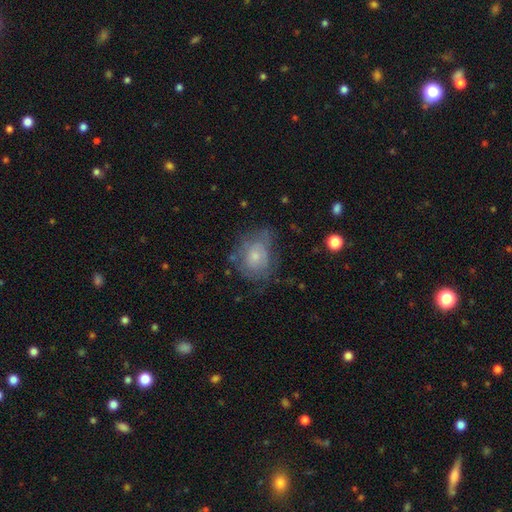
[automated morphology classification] A smooth galaxy with no disk features (51%) that is round (52%).

Vote fractions:
- Smooth or featured? smooth: 51% / featured or disk: 39% / star or artifact: 9%
- How rounded? round: 52% / in between: 47% / cigar-shaped: 1%
- Merging? none: 50% / minor disturbance: 29% / major disturbance: 19% / merger: 2%